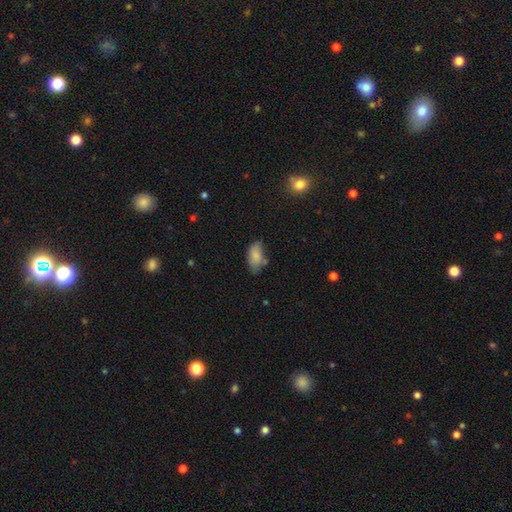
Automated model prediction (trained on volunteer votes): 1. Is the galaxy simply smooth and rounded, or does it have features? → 80% smooth, 12% featured or disk, 8% star or artifact.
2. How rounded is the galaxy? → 92% in between, 4% round, 4% cigar-shaped.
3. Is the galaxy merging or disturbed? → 53% none, 31% minor disturbance, 9% major disturbance, 7% merger.